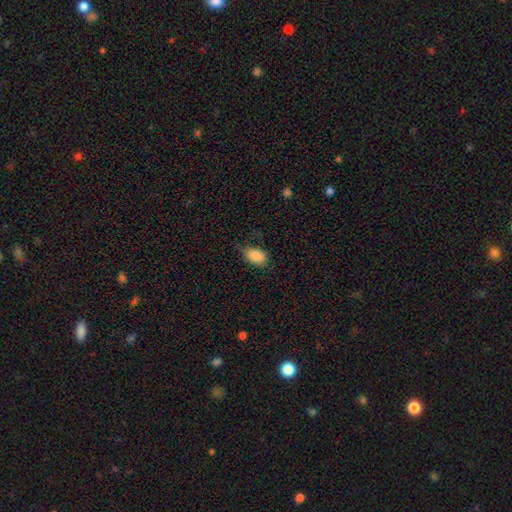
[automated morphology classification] Smooth or featured? Predicted: smooth (p=0.87). How rounded? Predicted: in between (p=0.89). Merging? Predicted: none (p=0.71).